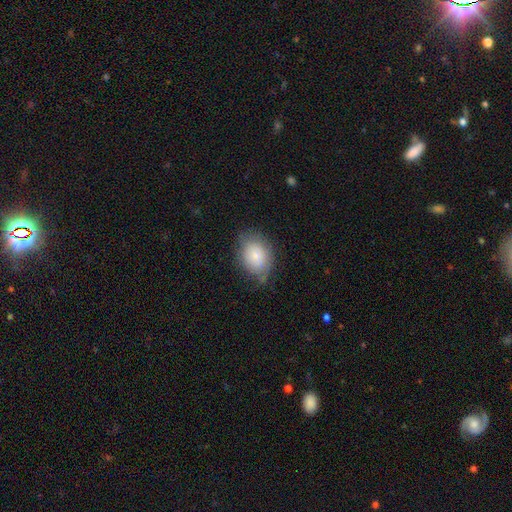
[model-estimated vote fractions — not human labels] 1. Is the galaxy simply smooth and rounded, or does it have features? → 81% smooth, 12% featured or disk, 7% star or artifact.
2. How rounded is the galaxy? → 70% in between, 29% round, 1% cigar-shaped.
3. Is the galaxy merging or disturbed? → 62% none, 29% minor disturbance, 7% major disturbance, 2% merger.